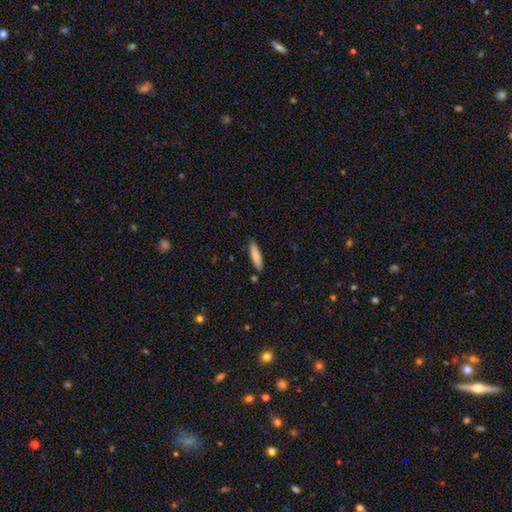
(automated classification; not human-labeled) A smooth galaxy with no disk features (82%) that is cigar-shaped (73%). Merging: none (83%).